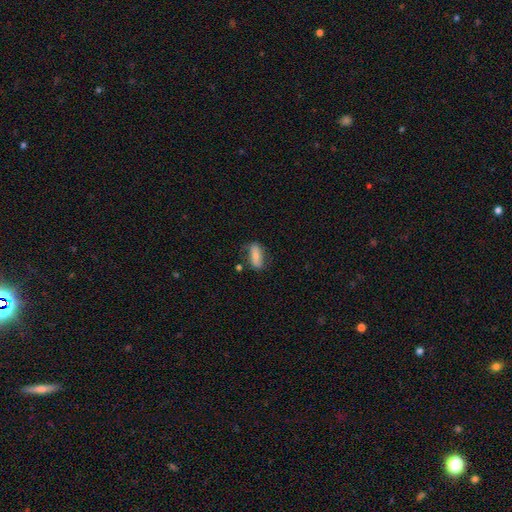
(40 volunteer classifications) smooth_or_featured: smooth (p=0.90) [alt: featured or disk p=0.07]
how_rounded: in between (p=0.78) [alt: cigar-shaped p=0.22]
merging: none (p=0.74) [alt: minor disturbance p=0.15]